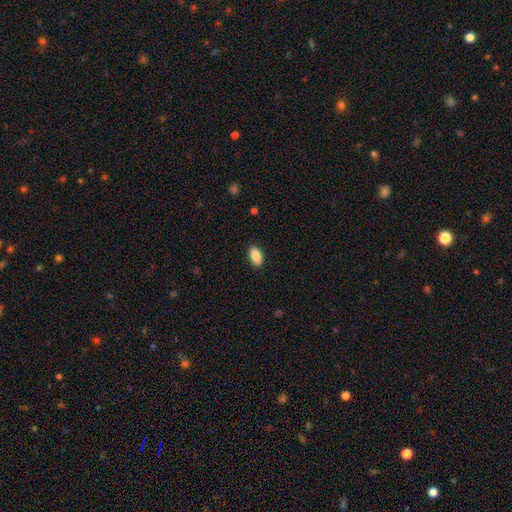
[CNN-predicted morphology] A smooth galaxy with no disk features (87%) that is in between round and cigar-shaped (92%).

Vote fractions:
- Smooth or featured? smooth: 87% / star or artifact: 7% / featured or disk: 6%
- How rounded? in between: 92% / cigar-shaped: 5% / round: 3%
- Merging? none: 89% / minor disturbance: 9% / major disturbance: 2% / merger: 1%